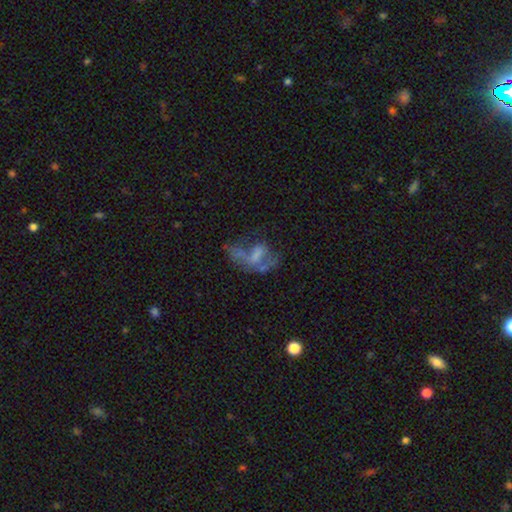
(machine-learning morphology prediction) This appears to be a featured or disk galaxy (50%). Merging: major disturbance (41%).